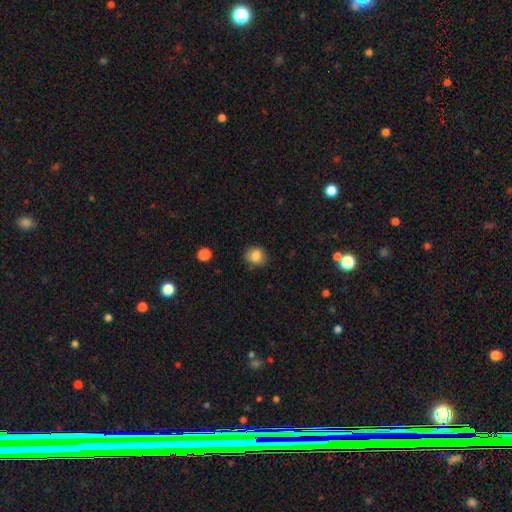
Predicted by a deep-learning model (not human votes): Smooth or featured?
  - smooth: 84% *
  - star or artifact: 10%
  - featured or disk: 6%
How rounded?
  - round: 82% *
  - in between: 17%
  - cigar-shaped: 1%
Merging?
  - none: 81% *
  - minor disturbance: 14%
  - major disturbance: 3%
  - merger: 1%